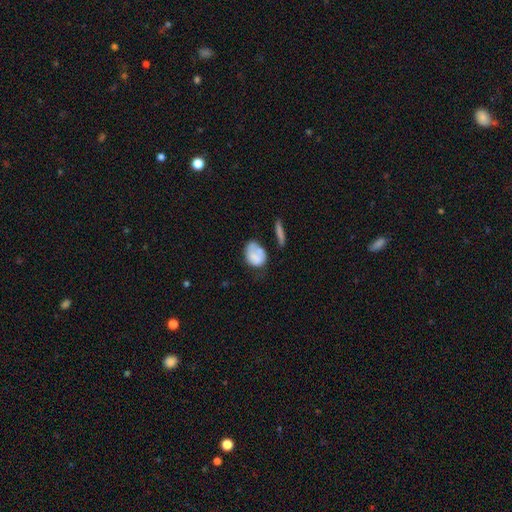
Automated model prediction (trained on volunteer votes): Q: Smooth or featured?
A: smooth (71%); runner-up: featured or disk (21%)
Q: How rounded?
A: in between (66%); runner-up: round (32%)
Q: Merging?
A: none (33%); runner-up: minor disturbance (29%)